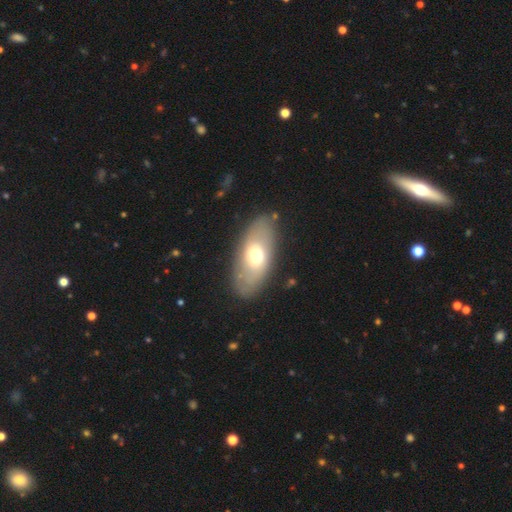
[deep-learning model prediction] Smooth or featured?
  - smooth: 56% *
  - featured or disk: 37%
  - star or artifact: 7%
How rounded?
  - in between: 88% *
  - cigar-shaped: 8%
  - round: 5%
Merging?
  - none: 82% *
  - minor disturbance: 12%
  - major disturbance: 4%
  - merger: 2%